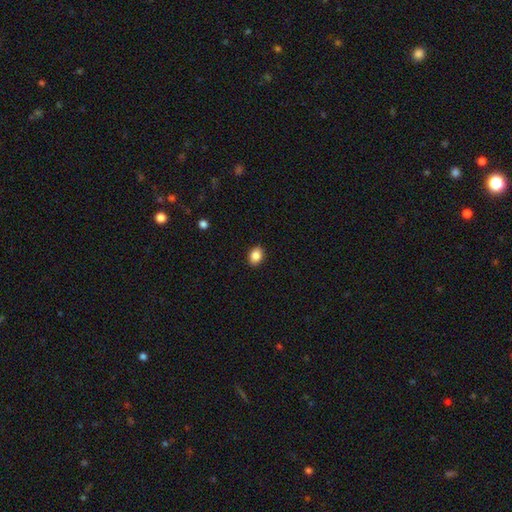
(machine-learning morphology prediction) This is clearly a smooth galaxy (86%). How rounded: likely in between (69%). Merging: clearly none (90%).